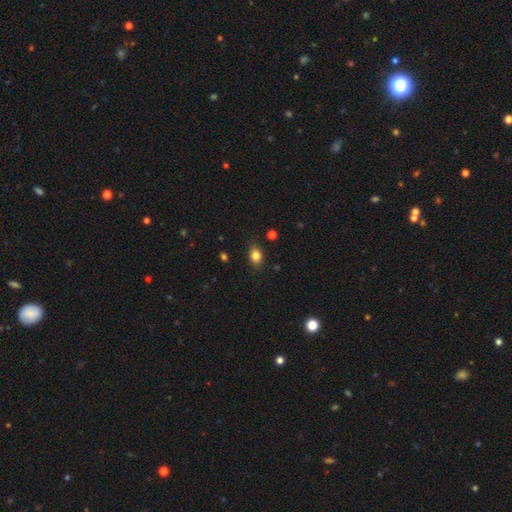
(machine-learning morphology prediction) Overall: smooth (83%). How rounded: in between (68%; round 30%). Merging: none (83%).